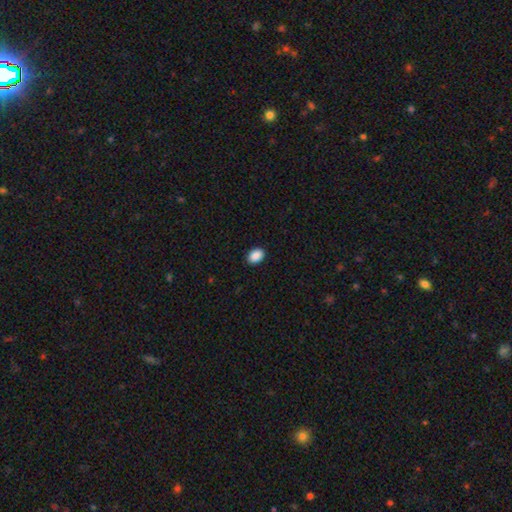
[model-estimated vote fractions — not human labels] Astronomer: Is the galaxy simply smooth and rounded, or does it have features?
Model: smooth — 90%.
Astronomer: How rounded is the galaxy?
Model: in between — 79%.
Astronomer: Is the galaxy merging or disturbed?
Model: none — 91%.